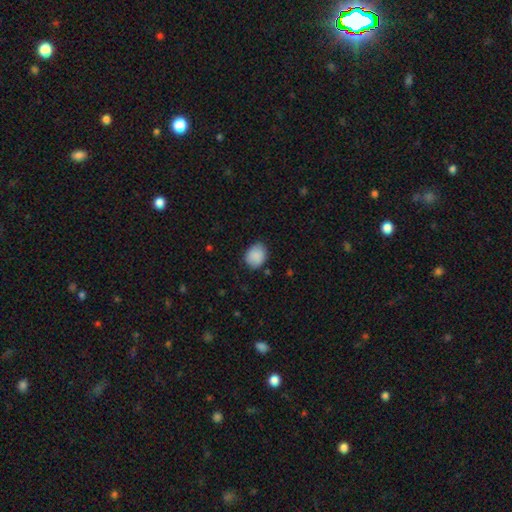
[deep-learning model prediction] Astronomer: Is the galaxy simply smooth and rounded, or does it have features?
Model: smooth — 88%.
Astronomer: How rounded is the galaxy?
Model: round — 56% (runner-up: in between, 43%).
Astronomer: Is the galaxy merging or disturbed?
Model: none — 77%.